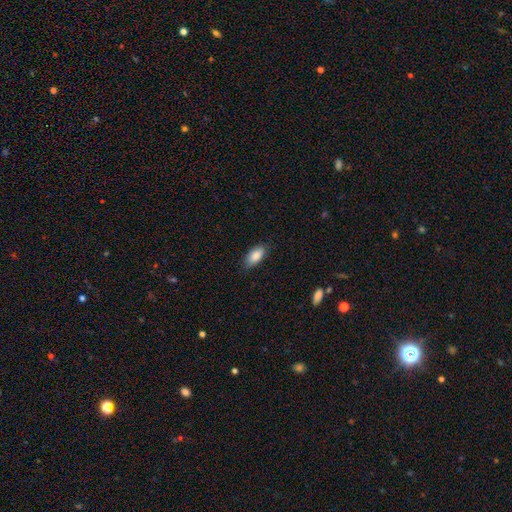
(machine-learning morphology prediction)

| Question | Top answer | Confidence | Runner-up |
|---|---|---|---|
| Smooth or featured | smooth | 87% | featured or disk (7%) |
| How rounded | in between | 90% | cigar-shaped (8%) |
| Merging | none | 81% | minor disturbance (15%) |